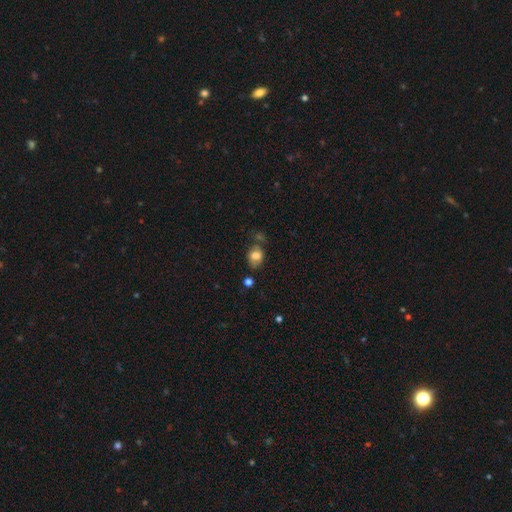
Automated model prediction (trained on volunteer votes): A smooth galaxy with no disk features (73%) that is in between round and cigar-shaped (63%).

Vote fractions:
- Smooth or featured? smooth: 73% / featured or disk: 17% / star or artifact: 10%
- How rounded? in between: 63% / round: 35% / cigar-shaped: 1%
- Merging? none: 57% / minor disturbance: 22% / merger: 12% / major disturbance: 9%